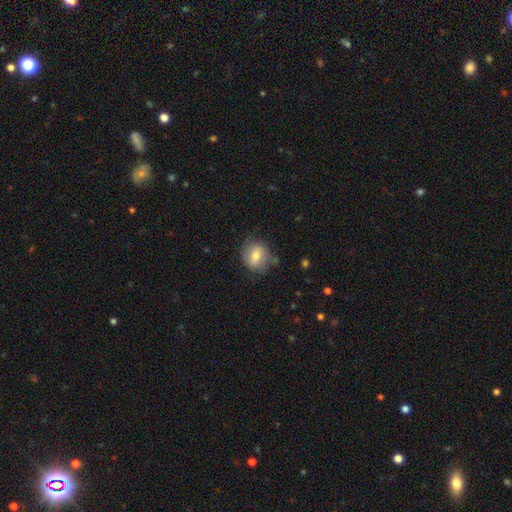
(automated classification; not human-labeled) Smooth or featured?
  - smooth: 62% *
  - featured or disk: 31%
  - star or artifact: 8%
How rounded?
  - round: 68% *
  - in between: 30%
  - cigar-shaped: 1%
Merging?
  - none: 71% *
  - minor disturbance: 21%
  - major disturbance: 7%
  - merger: 2%